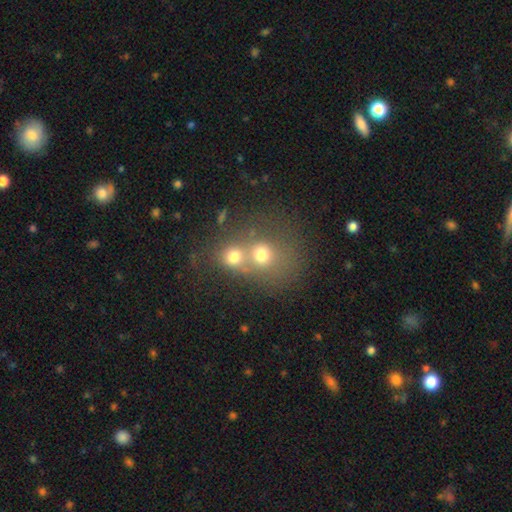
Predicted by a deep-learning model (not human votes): This is possibly a smooth galaxy (59%). How rounded: likely round (76%). Merging: likely merger (67%).